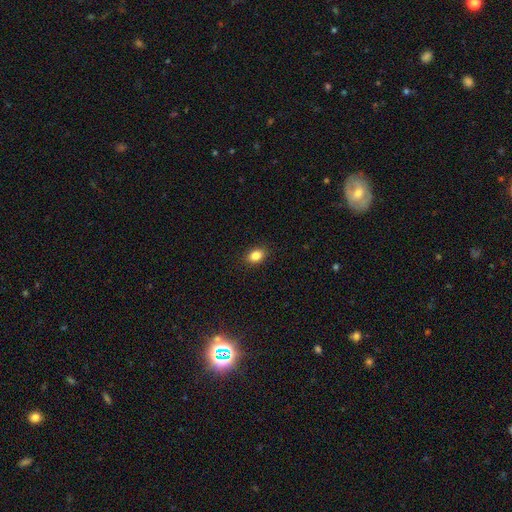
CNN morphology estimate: Q: Smooth or featured?
A: smooth (85%); runner-up: star or artifact (10%)
Q: How rounded?
A: in between (73%); runner-up: round (26%)
Q: Merging?
A: none (89%); runner-up: minor disturbance (8%)